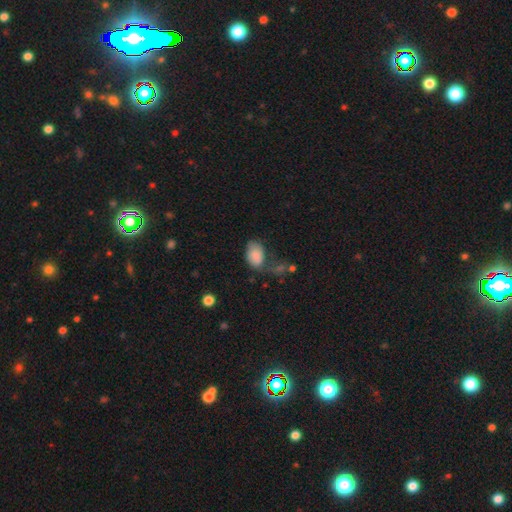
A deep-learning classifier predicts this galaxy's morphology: Q: Smooth or featured?
A: smooth (83%); runner-up: star or artifact (8%)
Q: How rounded?
A: in between (87%); runner-up: round (12%)
Q: Merging?
A: none (44%); runner-up: minor disturbance (29%)